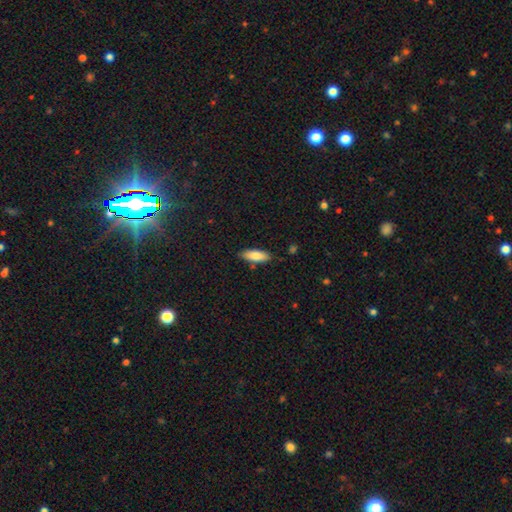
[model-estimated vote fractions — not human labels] smooth-or-featured: smooth: 84% | featured or disk: 10% | star or artifact: 6%
  how-rounded: in between: 69% | cigar-shaped: 29% | round: 2%
  merging: none: 84% | minor disturbance: 12% | merger: 2% | major disturbance: 2%